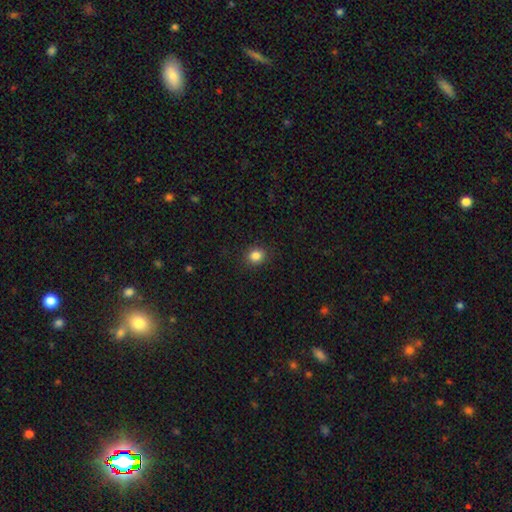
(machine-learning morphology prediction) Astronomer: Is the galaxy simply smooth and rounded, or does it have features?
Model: smooth — 85%.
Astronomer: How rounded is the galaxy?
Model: round — 73%.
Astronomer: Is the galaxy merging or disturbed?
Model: none — 90%.